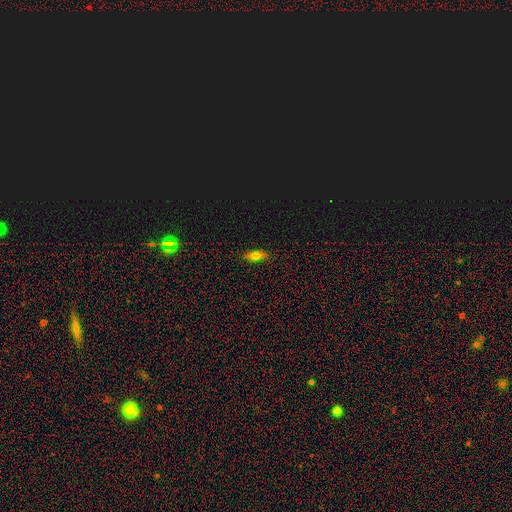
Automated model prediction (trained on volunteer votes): Overall: smooth (70%). How rounded: in between (79%). Merging: none (85%).